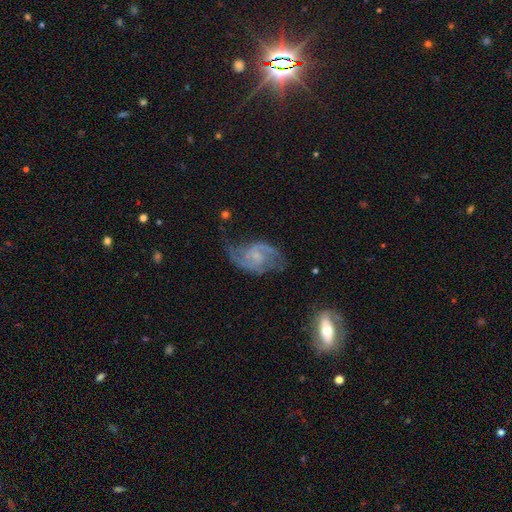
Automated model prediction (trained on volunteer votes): smooth_or_featured: featured or disk (p=0.86) [alt: smooth p=0.08]
disk_edge_on: no (p=0.97) [alt: yes p=0.03]
bar: no (p=0.50) [alt: weak p=0.42]
has_spiral_arms: yes (p=0.96) [alt: no p=0.04]
spiral_winding: medium (p=0.50) [alt: loose p=0.33]
spiral_arm_count: 2 (p=0.86) [alt: can't tell p=0.05]
bulge_size: small (p=0.56) [alt: none p=0.23]
merging: none (p=0.59) [alt: minor disturbance p=0.23]